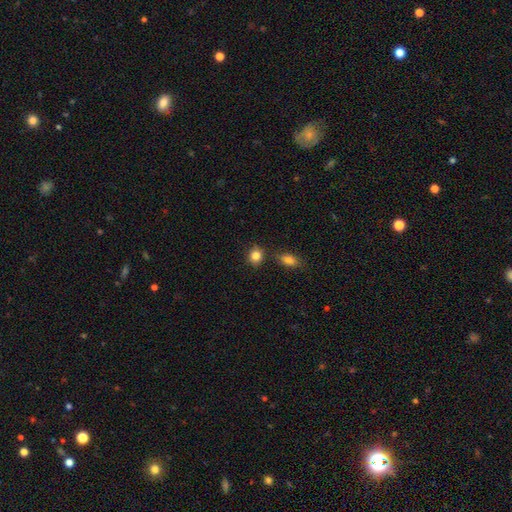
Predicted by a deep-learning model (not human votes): This appears to be a smooth galaxy with no disk features (85%) that is round (67%). Merging: none (78%).